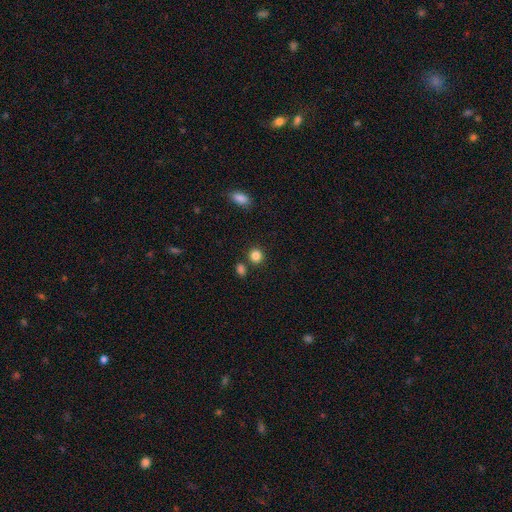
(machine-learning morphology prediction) Smooth or featured? smooth (85%)
How rounded? round (85%)
Merging? none (79%)